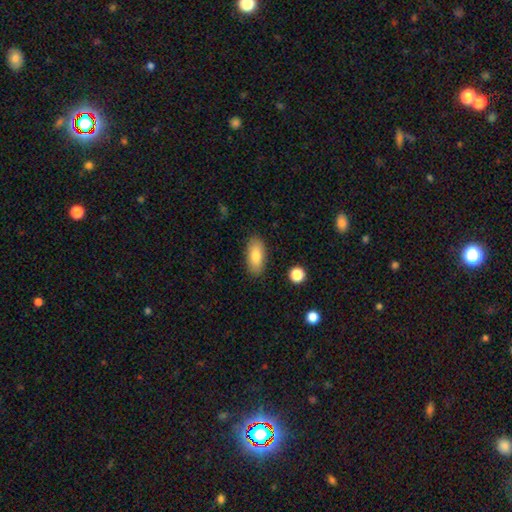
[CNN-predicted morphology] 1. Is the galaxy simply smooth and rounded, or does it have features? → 82% smooth, 11% featured or disk, 7% star or artifact.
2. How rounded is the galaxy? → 88% in between, 9% cigar-shaped, 3% round.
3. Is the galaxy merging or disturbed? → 86% none, 10% minor disturbance, 2% major disturbance, 1% merger.